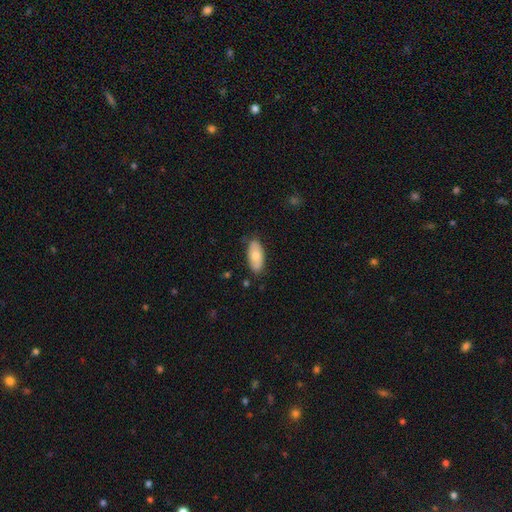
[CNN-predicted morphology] Smooth or featured? smooth (74%)
How rounded? in between (91%)
Merging? none (82%)